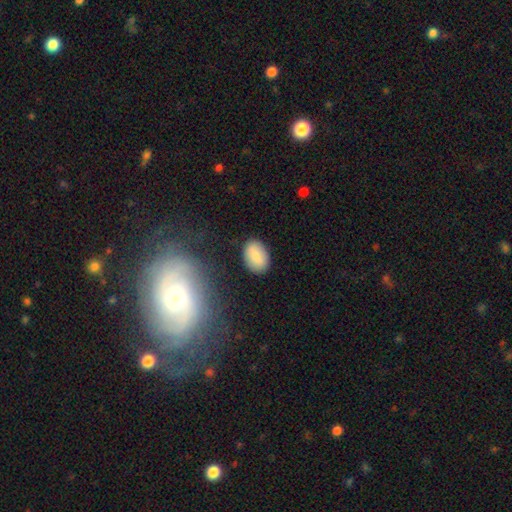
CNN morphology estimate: Smooth or featured: smooth — 83% (featured or disk — 10%)
How rounded: in between — 85% (round — 14%)
Merging: none — 86% (minor disturbance — 10%)